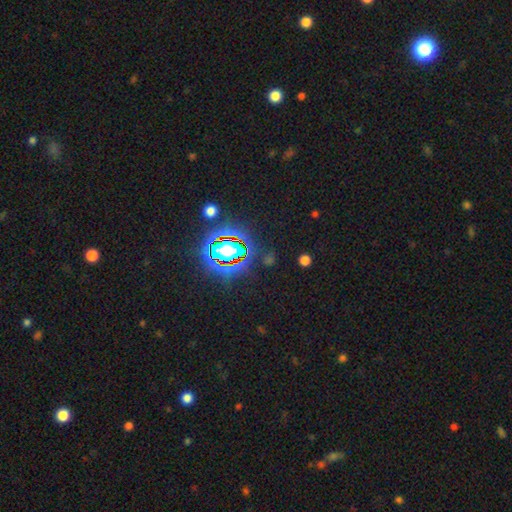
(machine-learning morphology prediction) A star or artifact, not a galaxy (82%).